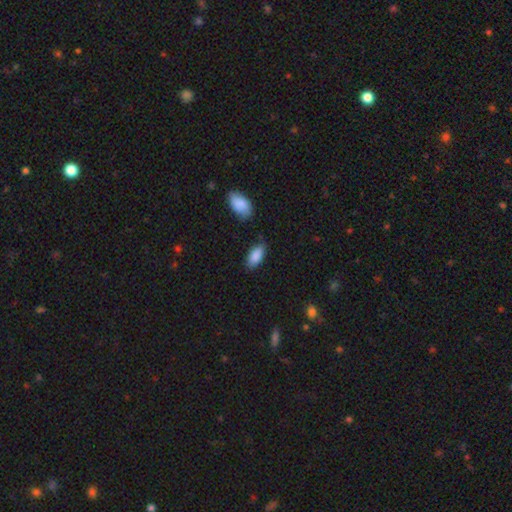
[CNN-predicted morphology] Smooth or featured?
  - smooth: 88% *
  - star or artifact: 6%
  - featured or disk: 6%
How rounded?
  - in between: 91% *
  - cigar-shaped: 7%
  - round: 2%
Merging?
  - none: 78% *
  - minor disturbance: 16%
  - major disturbance: 3%
  - merger: 3%